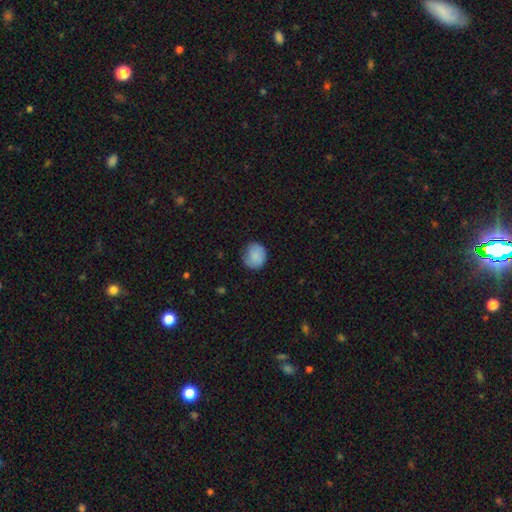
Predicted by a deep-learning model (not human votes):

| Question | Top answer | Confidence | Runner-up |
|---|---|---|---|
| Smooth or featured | smooth | 85% | featured or disk (8%) |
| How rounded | round | 84% | in between (15%) |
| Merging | none | 76% | minor disturbance (19%) |